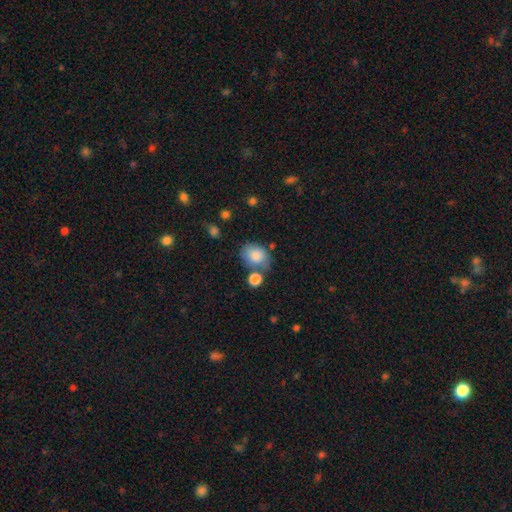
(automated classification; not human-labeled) Smooth or featured? smooth (80%)
How rounded? in between (52%)
Merging? none (52%)